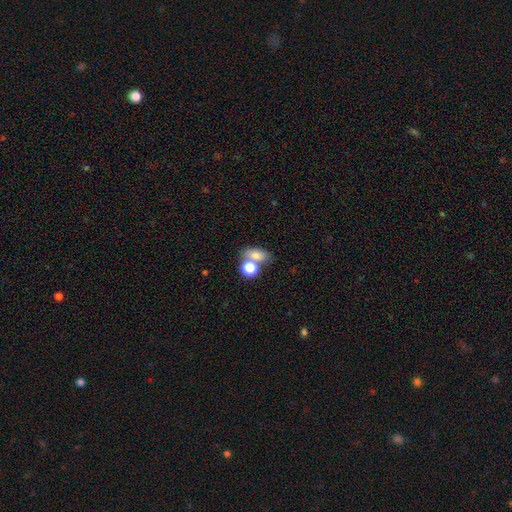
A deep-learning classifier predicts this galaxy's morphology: The model was most divided on "merging": none: 47%, merger: 38%, minor disturbance: 10%, major disturbance: 5%. More confident: smooth or featured — smooth (74%); how rounded — in between (69%).